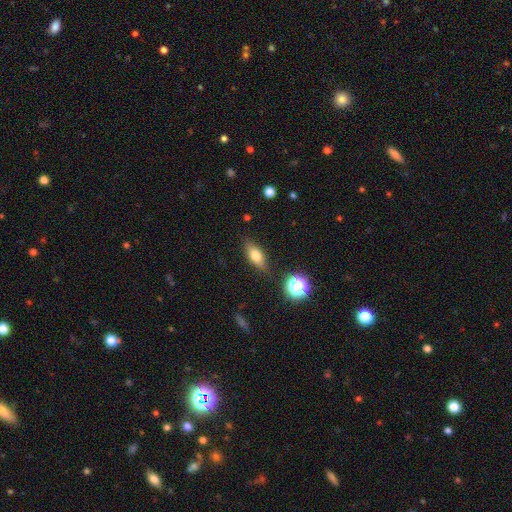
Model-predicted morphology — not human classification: Overall: smooth (66%). How rounded: in between (70%). Merging: none (83%).